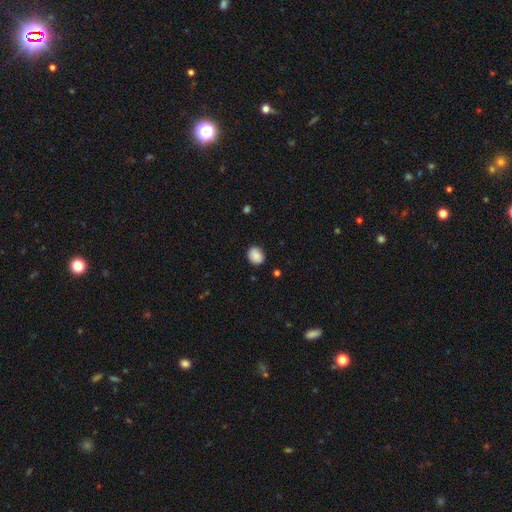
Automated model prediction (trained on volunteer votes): The model was most divided on "how rounded": round: 51%, in between: 48%, cigar-shaped: 1%. More confident: smooth or featured — smooth (87%); merging — none (83%).